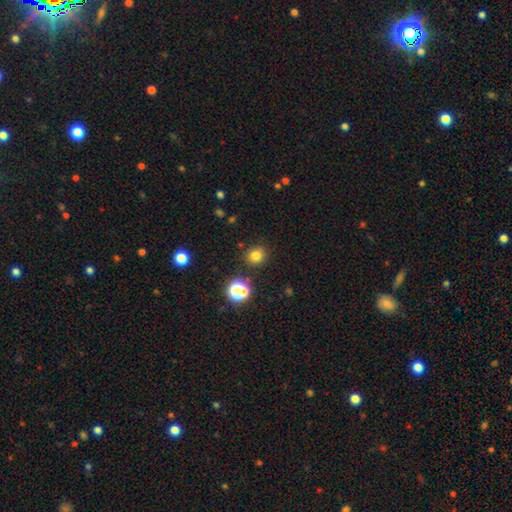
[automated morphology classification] A smooth galaxy with no disk features (78%) that is round (86%). Merging: none (88%).